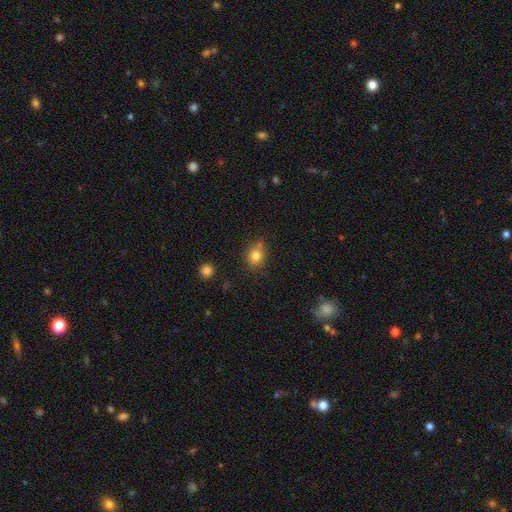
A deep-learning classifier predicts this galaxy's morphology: smooth-or-featured: smooth: 81% | star or artifact: 11% | featured or disk: 8%
  how-rounded: round: 62% | in between: 37% | cigar-shaped: 1%
  merging: none: 70% | minor disturbance: 19% | merger: 7% | major disturbance: 4%